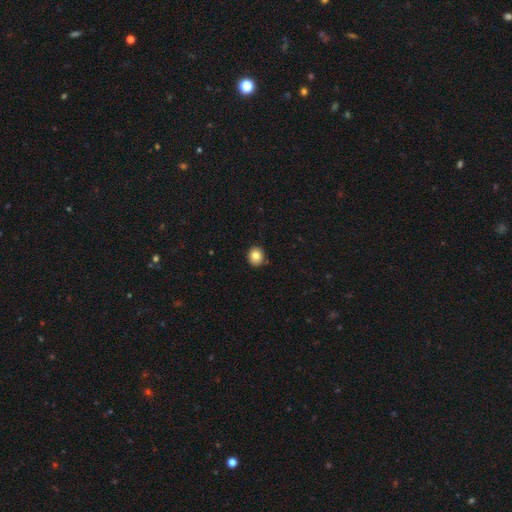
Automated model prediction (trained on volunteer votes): A smooth galaxy with no disk features (82%) that is round (76%). Merging: none (89%).